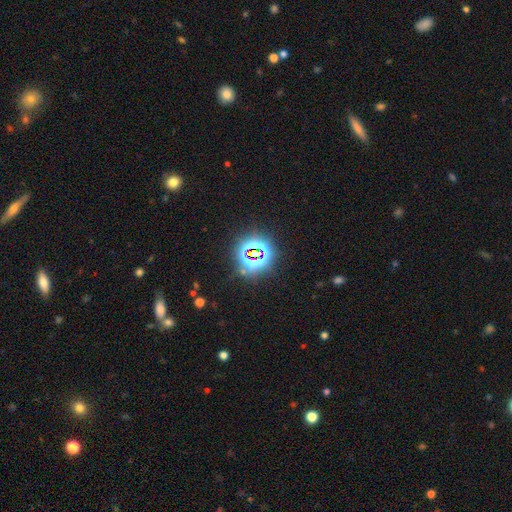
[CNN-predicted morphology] The model was most divided on "smooth or featured": star or artifact: 76%, smooth: 15%, featured or disk: 8%.